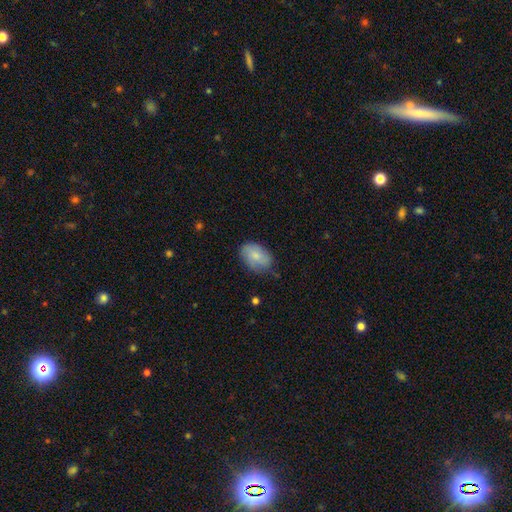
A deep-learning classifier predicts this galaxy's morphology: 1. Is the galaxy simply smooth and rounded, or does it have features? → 77% smooth, 16% featured or disk, 6% star or artifact.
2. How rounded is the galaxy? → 84% in between, 15% round, 1% cigar-shaped.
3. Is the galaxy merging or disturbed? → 70% none, 24% minor disturbance, 5% major disturbance, 1% merger.